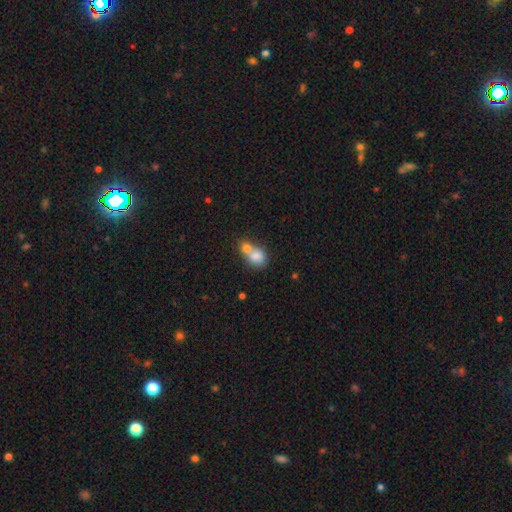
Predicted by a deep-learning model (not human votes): smooth_or_featured: smooth (p=0.78) [alt: featured or disk p=0.13]
how_rounded: round (p=0.57) [alt: in between p=0.42]
merging: merger (p=0.67) [alt: none p=0.22]